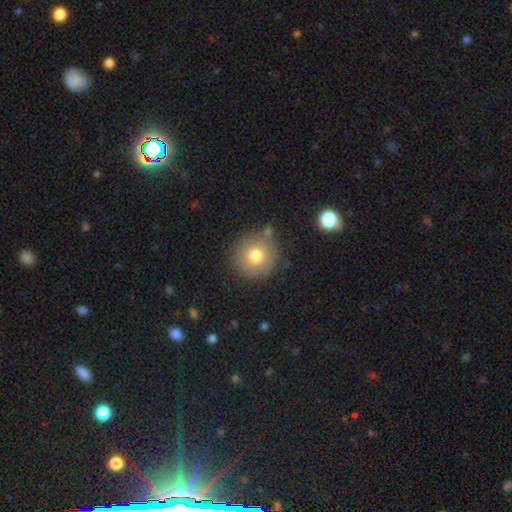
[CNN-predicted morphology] smooth 75%, featured or disk 15%, star or artifact 10%. Down the decision tree: how rounded — round (95%); merging — none (82%).